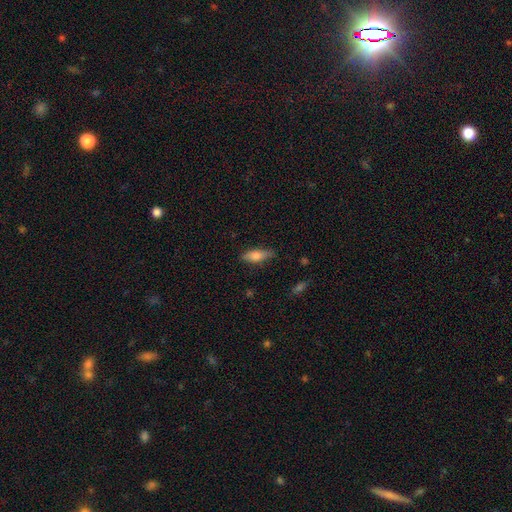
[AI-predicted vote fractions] Q: Smooth or featured?
A: smooth (74%); runner-up: featured or disk (20%)
Q: How rounded?
A: in between (60%); runner-up: cigar-shaped (38%)
Q: Merging?
A: none (79%); runner-up: minor disturbance (16%)